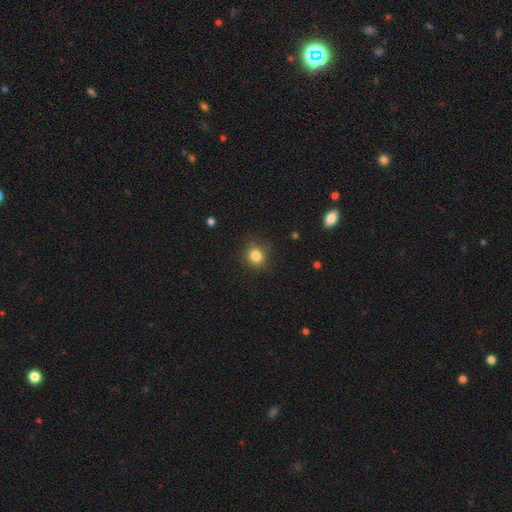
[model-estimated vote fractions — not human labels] smooth-or-featured: smooth: 84% | star or artifact: 11% | featured or disk: 5%
  how-rounded: round: 82% | in between: 17% | cigar-shaped: 1%
  merging: none: 82% | minor disturbance: 13% | major disturbance: 3% | merger: 1%